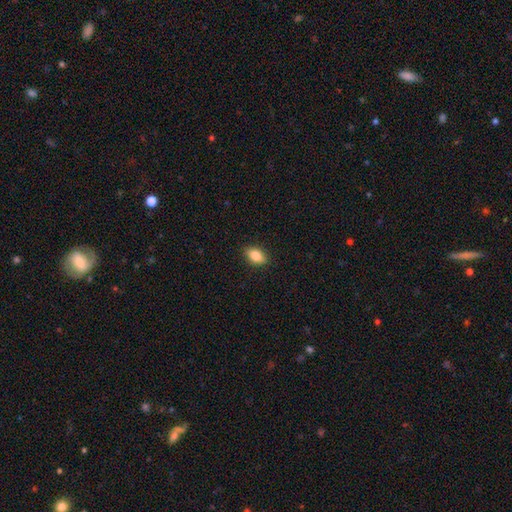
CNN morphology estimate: A smooth galaxy with no disk features (84%) that is in between round and cigar-shaped (87%). Merging: none (89%).